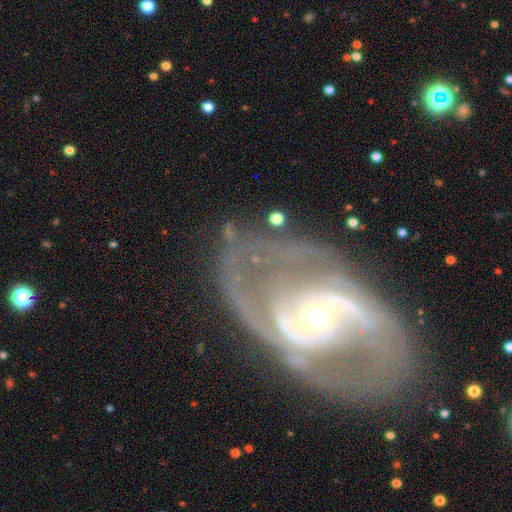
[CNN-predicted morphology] The model was most divided on "bar" (2-way tie): no: 38%, weak: 38%, strong: 24%. Remaining: edge-on disk — no (96%); spiral arms — yes (95%); smooth or featured — featured or disk (89%); spiral arm count — 2 (79%); merging — none (73%); spiral winding — medium (51%); bulge size — moderate (47%).